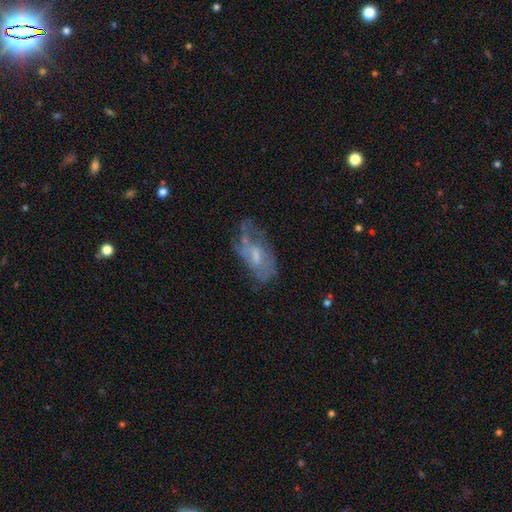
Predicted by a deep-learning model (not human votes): smooth-or-featured: featured or disk: 60% | smooth: 31% | star or artifact: 10%
  disk-edge-on: no: 93% | yes: 7%
    bar: no: 50% | weak: 42% | strong: 8%
    has-spiral-arms: no: 52% | yes: 48%
    bulge-size: moderate: 40% | small: 34% | none: 20% | large: 5% | dominant: 1%
  merging: none: 41% | major disturbance: 28% | minor disturbance: 26% | merger: 5%